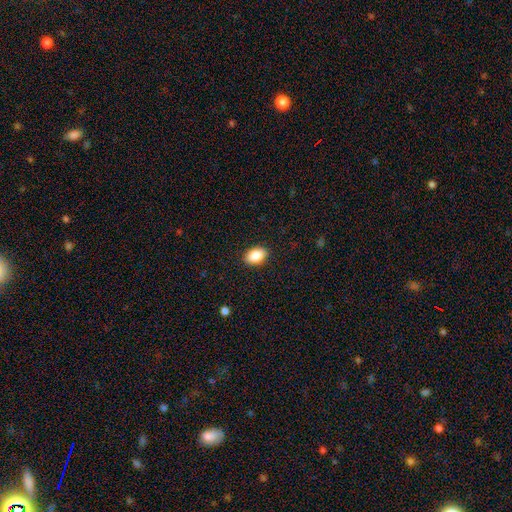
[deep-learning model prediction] The model was most divided on "how rounded": in between: 86%, round: 12%, cigar-shaped: 1%. More confident: merging — none (90%); smooth or featured — smooth (87%).